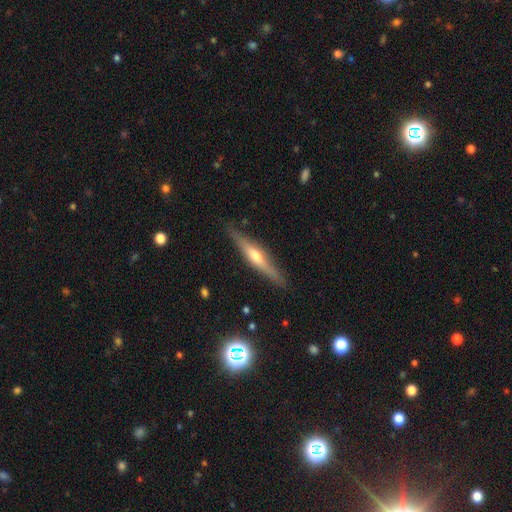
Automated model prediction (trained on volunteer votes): Smooth or featured? featured or disk (72%)
Edge-on disk? yes (97%)
Edge-on bulge? rounded (89%)
Merging? none (89%)